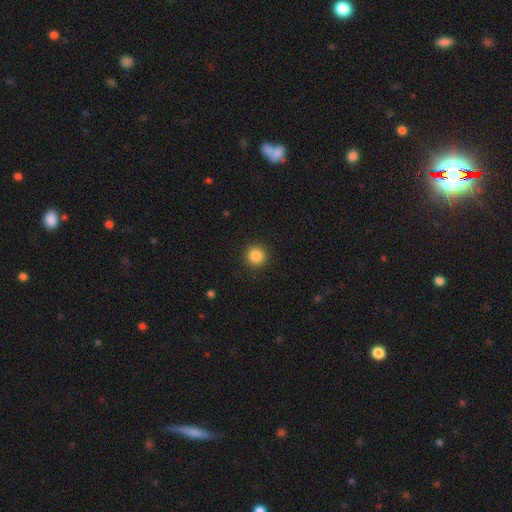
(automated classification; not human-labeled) This appears to be a smooth galaxy with no disk features (86%) that is round (95%). Merging: none (92%).